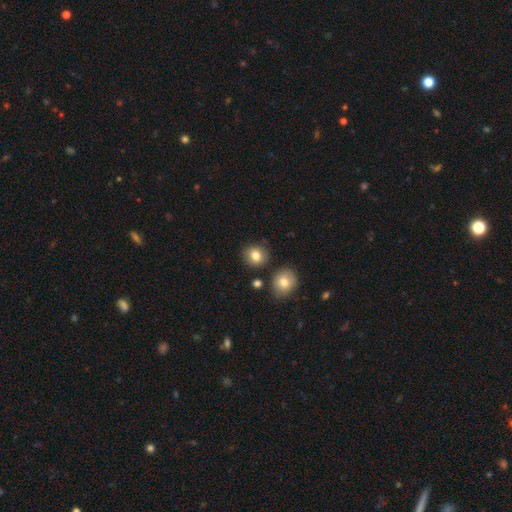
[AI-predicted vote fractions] A smooth galaxy with no disk features (83%) that is round (81%). Merging: none (82%).